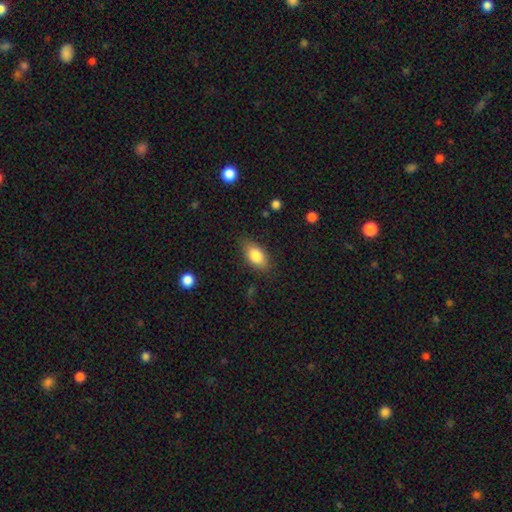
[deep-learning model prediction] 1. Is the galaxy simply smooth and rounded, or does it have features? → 84% smooth, 9% featured or disk, 7% star or artifact.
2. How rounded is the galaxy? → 90% in between, 6% round, 5% cigar-shaped.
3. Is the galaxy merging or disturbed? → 81% none, 14% minor disturbance, 4% major disturbance, 1% merger.